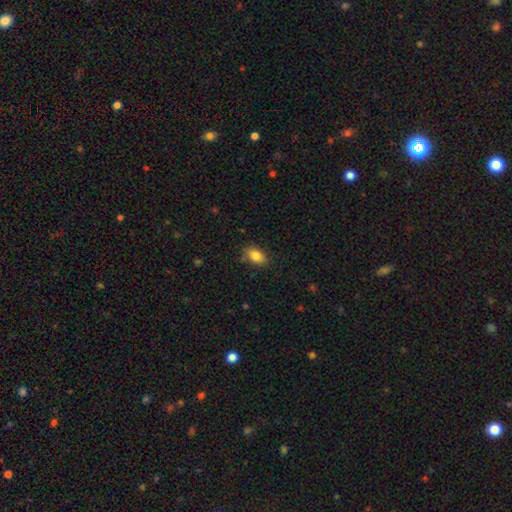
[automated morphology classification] A smooth galaxy with no disk features (85%) that is in between round and cigar-shaped (87%). Merging: none (80%).